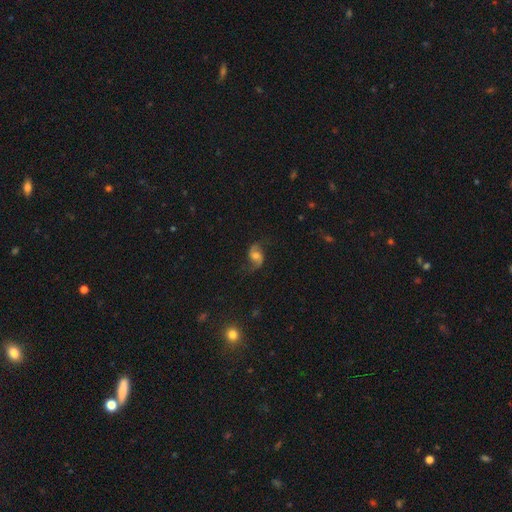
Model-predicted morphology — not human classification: smooth-or-featured: featured or disk: 74% | smooth: 17% | star or artifact: 9%
  disk-edge-on: no: 97% | yes: 3%
    bar: no: 49% | weak: 40% | strong: 11%
    has-spiral-arms: yes: 94% | no: 6%
      spiral-winding: loose: 62% | medium: 31% | tight: 7%
      spiral-arm-count: 2: 91% | can't tell: 3% | 1: 3% | 3: 1% | 4: 1% | more than 4: 1%
    bulge-size: moderate: 55% | small: 26% | large: 11% | none: 6% | dominant: 2%
  merging: none: 71% | minor disturbance: 17% | major disturbance: 10% | merger: 2%